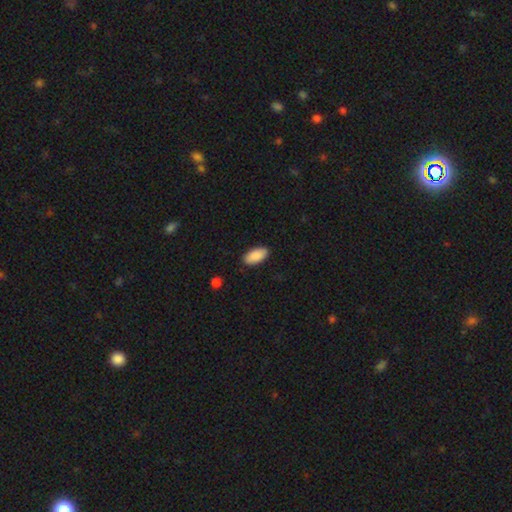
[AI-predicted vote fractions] Morphology: type=smooth (90%); roundness=in between (93%); merging=none (88%).